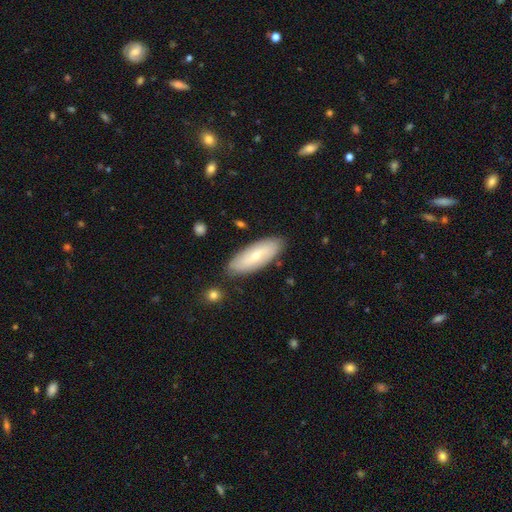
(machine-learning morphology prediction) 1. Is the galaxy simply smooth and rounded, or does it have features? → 58% smooth, 36% featured or disk, 6% star or artifact.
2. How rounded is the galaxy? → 68% in between, 30% cigar-shaped, 2% round.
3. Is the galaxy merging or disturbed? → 84% none, 12% minor disturbance, 2% major disturbance, 2% merger.